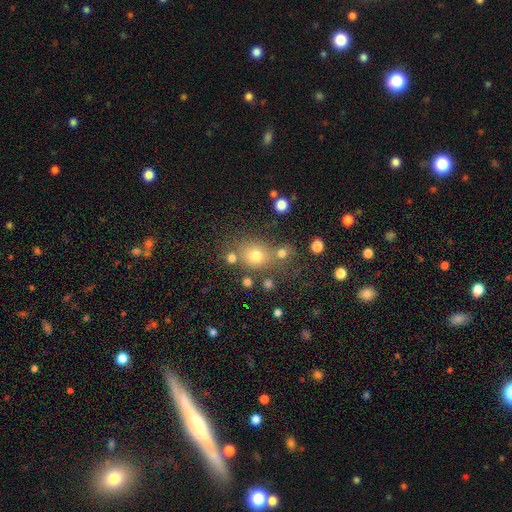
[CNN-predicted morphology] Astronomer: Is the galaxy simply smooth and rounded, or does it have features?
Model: smooth — 69%.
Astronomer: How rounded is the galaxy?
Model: round — 69%.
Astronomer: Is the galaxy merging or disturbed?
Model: none — 64%.